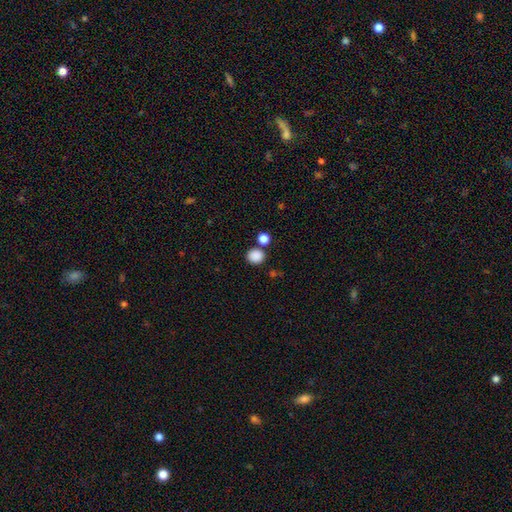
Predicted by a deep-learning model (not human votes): A smooth galaxy with no disk features (86%) that is round (79%).

Vote fractions:
- Smooth or featured? smooth: 86% / star or artifact: 11% / featured or disk: 3%
- How rounded? round: 79% / in between: 20% / cigar-shaped: 1%
- Merging? none: 77% / merger: 11% / minor disturbance: 9% / major disturbance: 3%